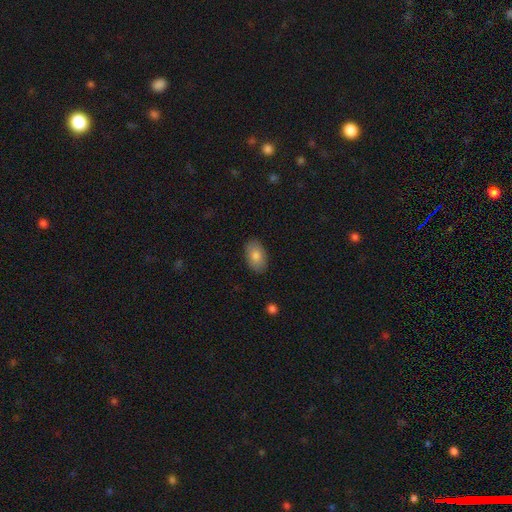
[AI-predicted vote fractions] The model was most divided on "smooth or featured": smooth: 81%, featured or disk: 12%, star or artifact: 7%. More confident: how rounded — in between (92%); merging — none (87%).